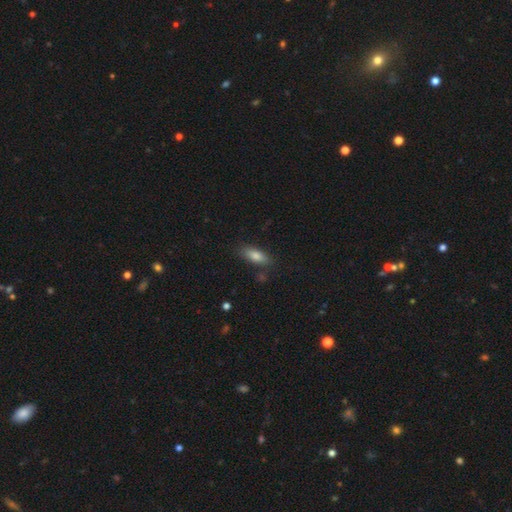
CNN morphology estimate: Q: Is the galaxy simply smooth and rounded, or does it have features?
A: smooth — 79%.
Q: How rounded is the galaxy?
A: in between — 72%.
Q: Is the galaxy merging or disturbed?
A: none — 80%.